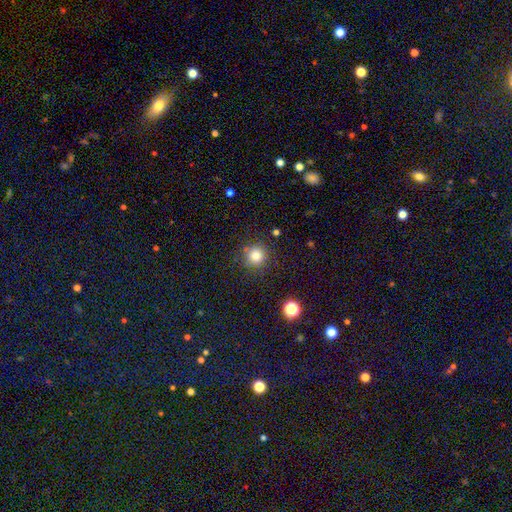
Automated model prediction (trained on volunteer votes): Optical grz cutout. It shows a smooth galaxy with no disk features (82%) that is round (93%). Merging: none (85%).